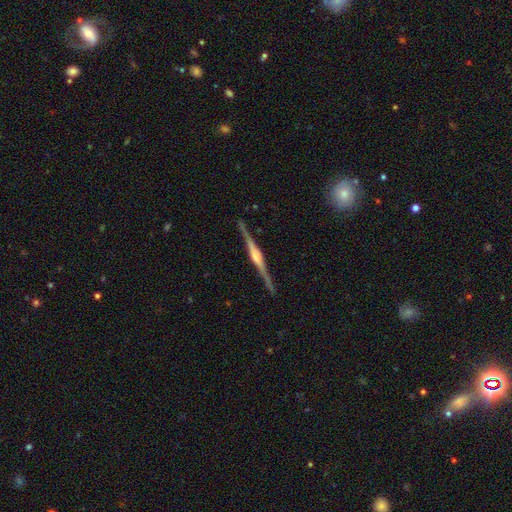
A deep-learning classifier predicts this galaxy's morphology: Smooth or featured: featured or disk — 86% (smooth — 9%)
Edge-on disk: yes — 98% (no — 2%)
Edge-on bulge: rounded — 63% (boxy — 32%)
Merging: none — 89% (minor disturbance — 8%)